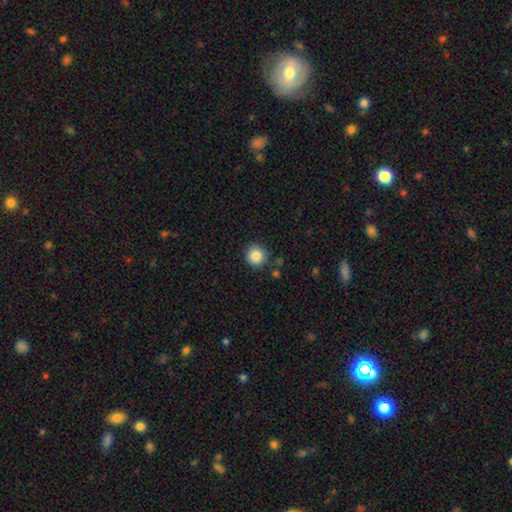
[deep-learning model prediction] The model was most divided on "merging": none: 85%, minor disturbance: 9%, merger: 3%, major disturbance: 2%. More confident: how rounded — round (94%); smooth or featured — smooth (86%).